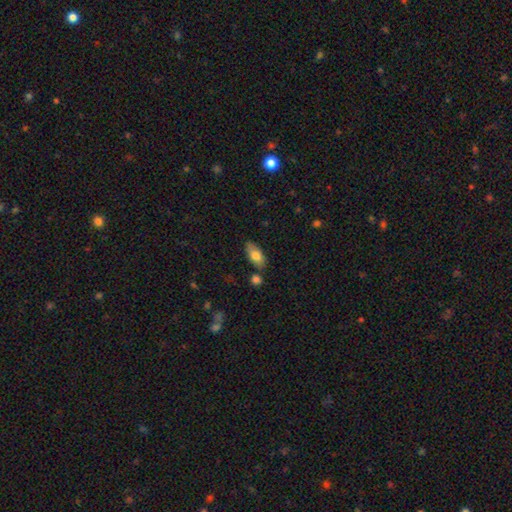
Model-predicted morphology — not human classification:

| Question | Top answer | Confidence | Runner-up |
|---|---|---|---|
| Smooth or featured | smooth | 76% | featured or disk (18%) |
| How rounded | in between | 89% | cigar-shaped (8%) |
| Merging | none | 76% | minor disturbance (14%) |